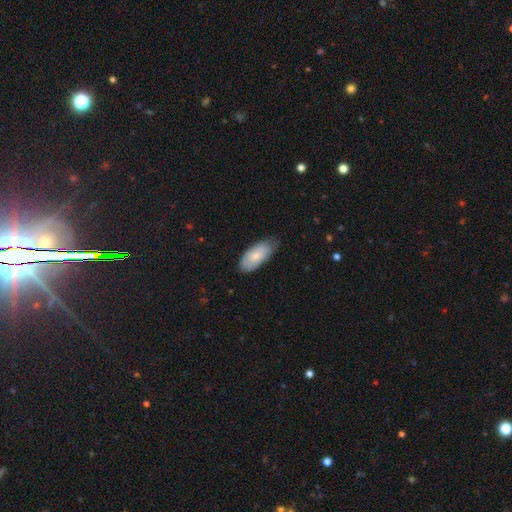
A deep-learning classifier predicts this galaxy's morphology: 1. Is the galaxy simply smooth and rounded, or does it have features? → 76% smooth, 19% featured or disk, 6% star or artifact.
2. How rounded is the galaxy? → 89% in between, 9% cigar-shaped, 2% round.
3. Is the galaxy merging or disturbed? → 64% none, 30% minor disturbance, 4% major disturbance, 1% merger.